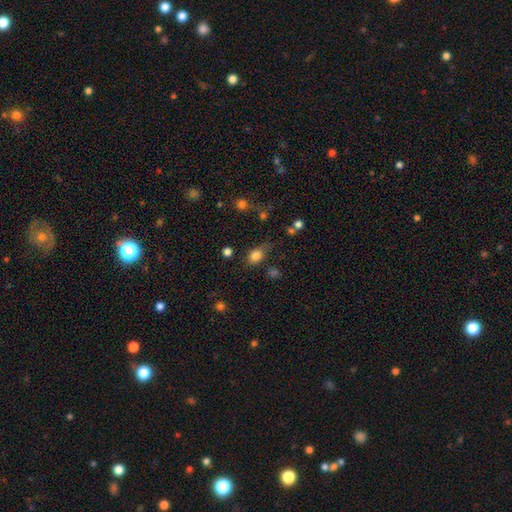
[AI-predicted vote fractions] The model was most divided on "how rounded": in between: 60%, round: 38%, cigar-shaped: 2%. More confident: smooth or featured — smooth (82%); merging — none (65%).